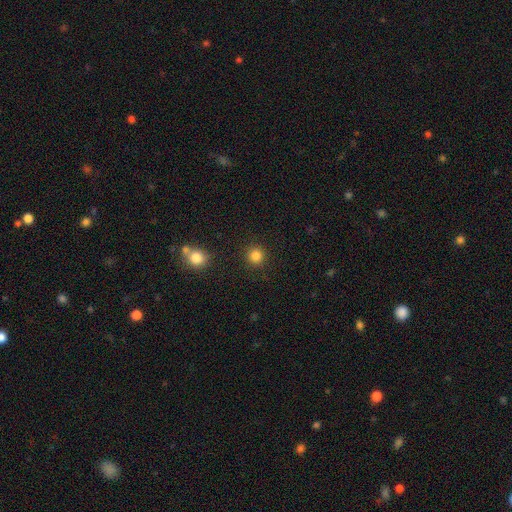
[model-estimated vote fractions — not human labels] Smooth or featured? smooth (84%)
How rounded? round (93%)
Merging? none (90%)